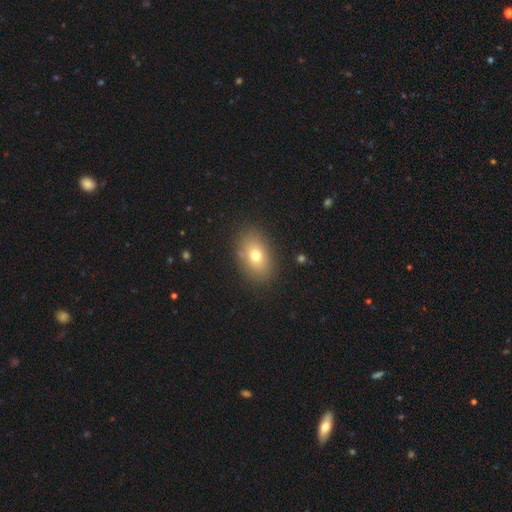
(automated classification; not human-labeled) smooth_or_featured: smooth (p=0.72) [alt: featured or disk p=0.16]
how_rounded: in between (p=0.79) [alt: round p=0.20]
merging: none (p=0.85) [alt: minor disturbance p=0.10]